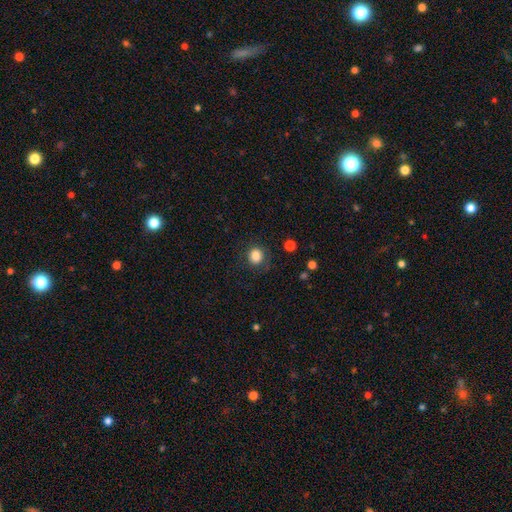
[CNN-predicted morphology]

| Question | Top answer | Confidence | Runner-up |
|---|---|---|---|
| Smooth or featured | smooth | 84% | star or artifact (10%) |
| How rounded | round | 73% | in between (26%) |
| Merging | none | 81% | minor disturbance (13%) |